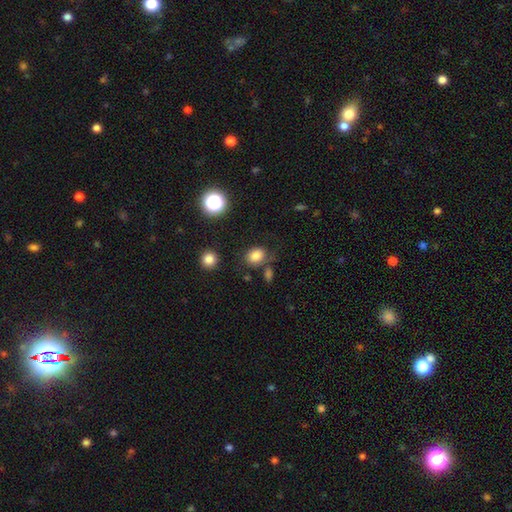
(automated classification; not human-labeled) Smooth or featured? smooth (81%)
How rounded? in between (51%)
Merging? none (70%)